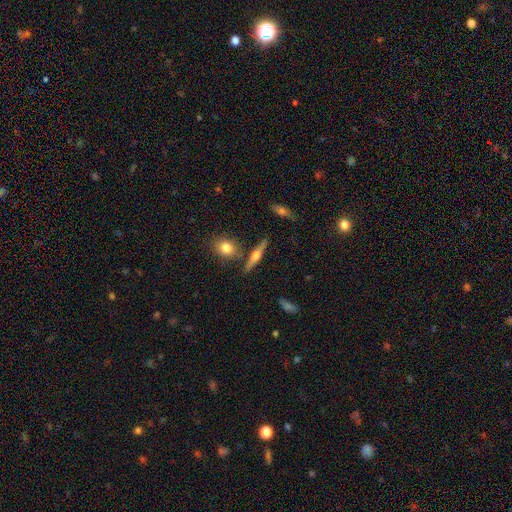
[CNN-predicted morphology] The model was most divided on "smooth or featured": featured or disk: 67%, smooth: 26%, star or artifact: 7%. More confident: edge-on disk — yes (96%); edge-on bulge — rounded (93%); merging — none (82%).